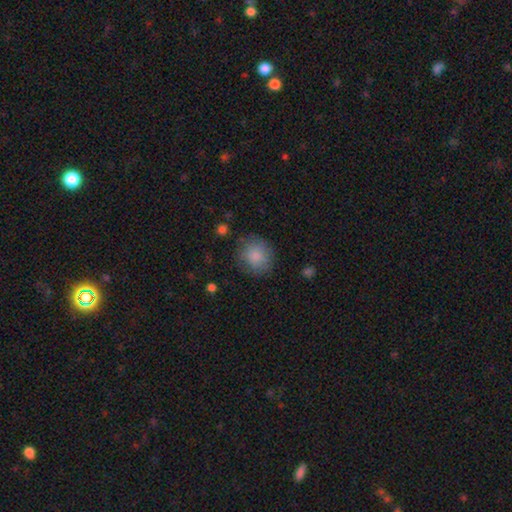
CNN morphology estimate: type=smooth (84%); roundness=round (88%); merging=none (78%).